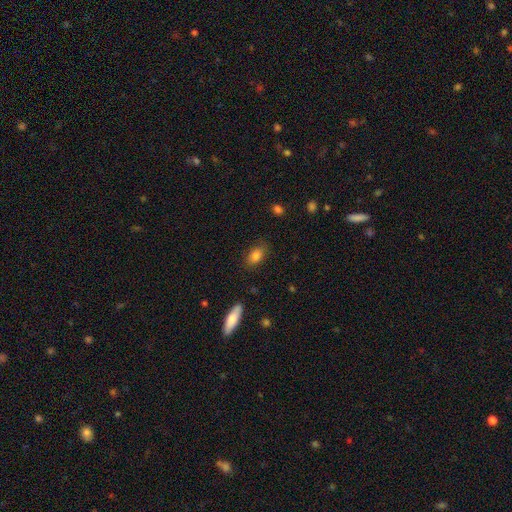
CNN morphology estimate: Smooth or featured? Predicted: smooth (p=0.83). How rounded? Predicted: in between (p=0.85). Merging? Predicted: none (p=0.81).